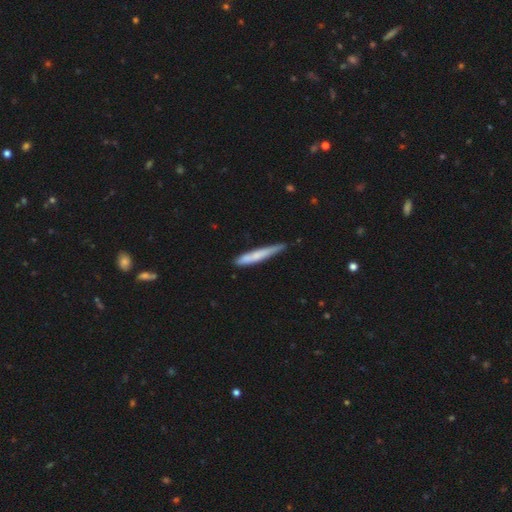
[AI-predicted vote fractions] Smooth or featured? Predicted: smooth (p=0.64). How rounded? Predicted: cigar-shaped (p=0.95). Merging? Predicted: none (p=0.66).